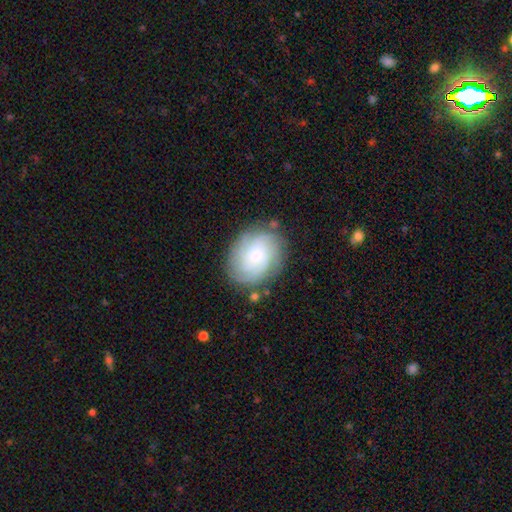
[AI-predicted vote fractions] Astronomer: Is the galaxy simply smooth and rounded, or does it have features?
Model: featured or disk — 72%.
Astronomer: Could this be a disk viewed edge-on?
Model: no — 97%.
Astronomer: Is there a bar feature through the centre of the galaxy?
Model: no — 78%.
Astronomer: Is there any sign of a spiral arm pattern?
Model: yes — 94%.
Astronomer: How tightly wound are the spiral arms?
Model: tight — 68%.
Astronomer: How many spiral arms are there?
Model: can't tell — 33% (runner-up: 4, 26%).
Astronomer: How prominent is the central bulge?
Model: small — 64%.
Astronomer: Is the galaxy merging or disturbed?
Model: none — 80%.